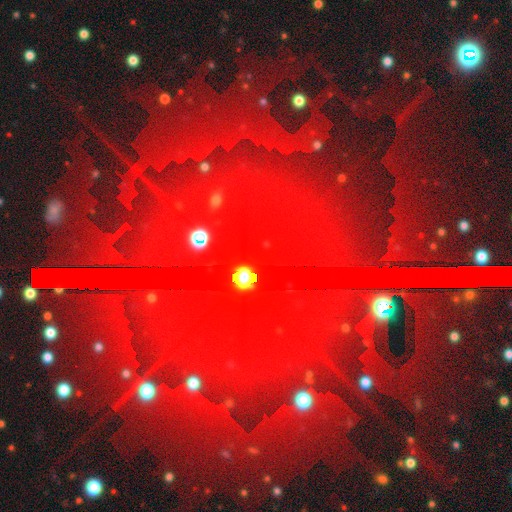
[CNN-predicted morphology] smooth_or_featured: star or artifact (p=0.48) [alt: featured or disk p=0.42]